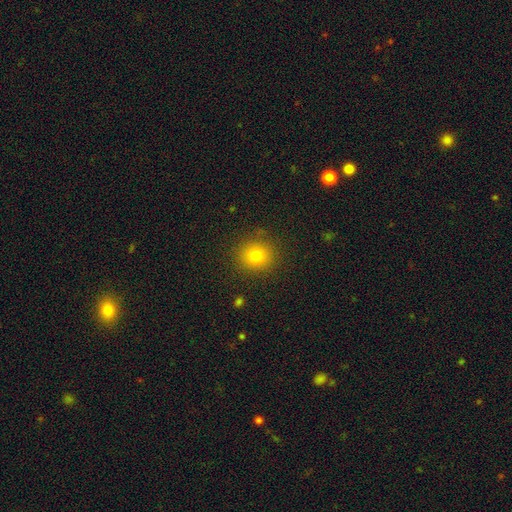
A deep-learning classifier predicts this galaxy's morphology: Overall: smooth (78%). How rounded: round (88%). Merging: none (88%).